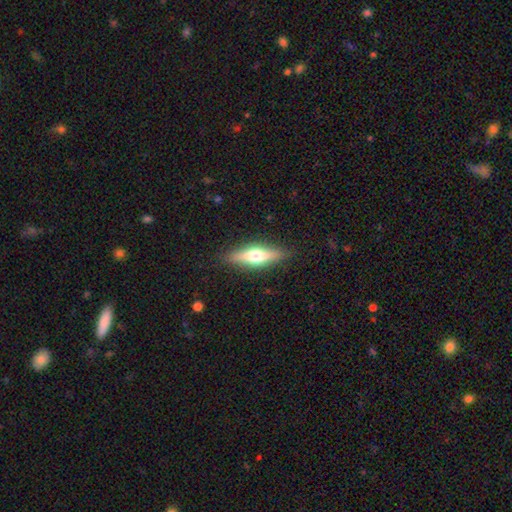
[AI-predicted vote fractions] Smooth or featured: featured or disk — 50% (smooth — 43%)
Merging: none — 87% (minor disturbance — 10%)